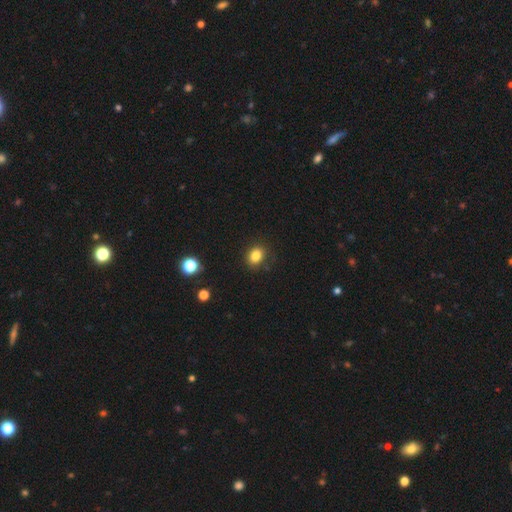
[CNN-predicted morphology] A smooth galaxy with no disk features (83%) that is in between round and cigar-shaped (54%).

Vote fractions:
- Smooth or featured? smooth: 83% / star or artifact: 11% / featured or disk: 6%
- How rounded? in between: 54% / round: 45% / cigar-shaped: 1%
- Merging? none: 85% / minor disturbance: 10% / major disturbance: 3% / merger: 1%